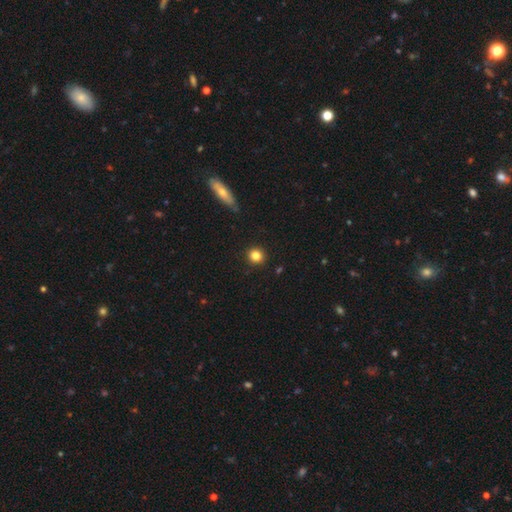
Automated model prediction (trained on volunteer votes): Smooth or featured? Predicted: smooth (p=0.83). How rounded? Predicted: round (p=0.91). Merging? Predicted: none (p=0.91).